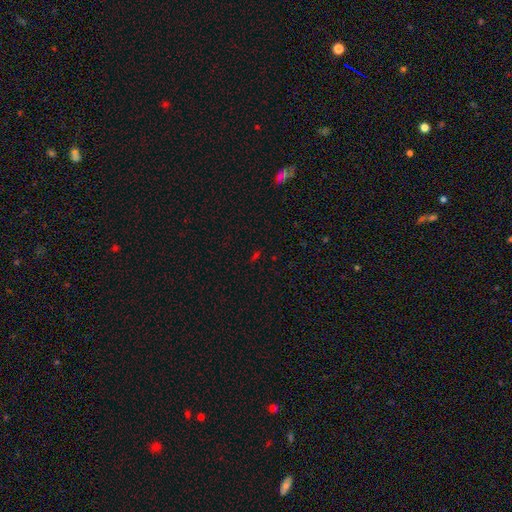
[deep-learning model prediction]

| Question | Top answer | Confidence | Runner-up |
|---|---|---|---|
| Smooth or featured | star or artifact | 55% | smooth (35%) |